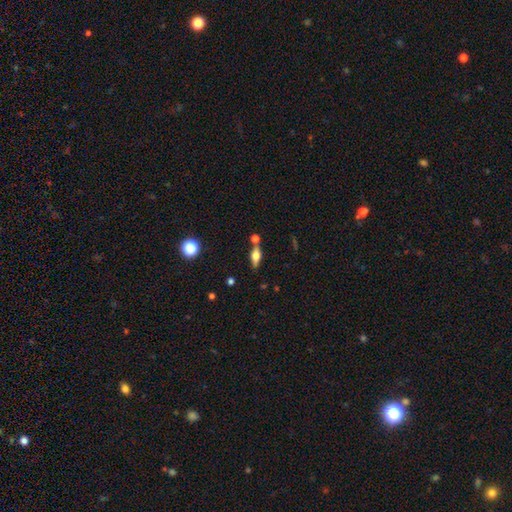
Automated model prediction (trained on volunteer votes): Q: Smooth or featured?
A: smooth (50%); runner-up: featured or disk (41%)
Q: Merging?
A: none (70%); runner-up: merger (15%)